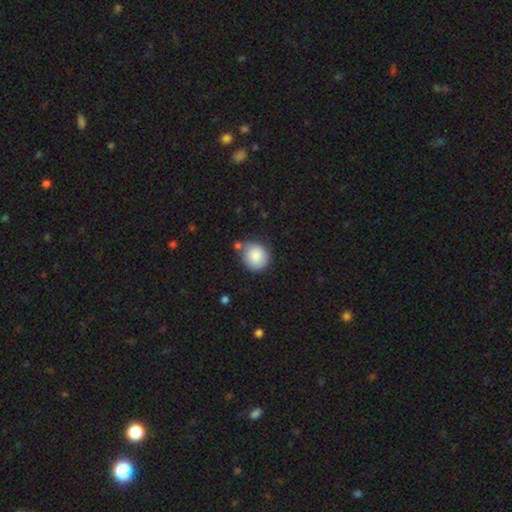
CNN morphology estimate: Smooth or featured? smooth (86%)
How rounded? round (82%)
Merging? none (66%)